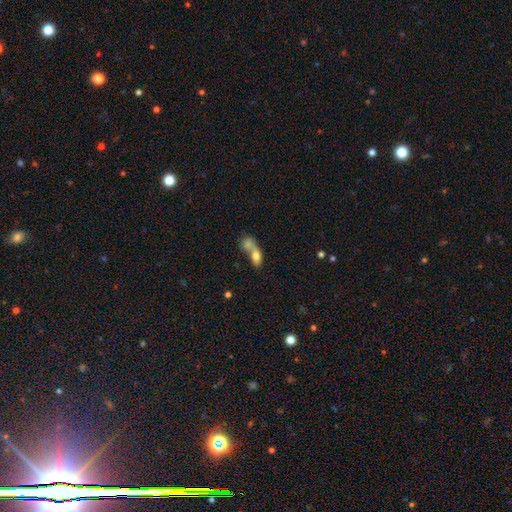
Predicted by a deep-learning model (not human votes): Smooth or featured? Predicted: smooth (p=0.73). How rounded? Predicted: in between (p=0.72). Merging? Predicted: merger (p=0.73).